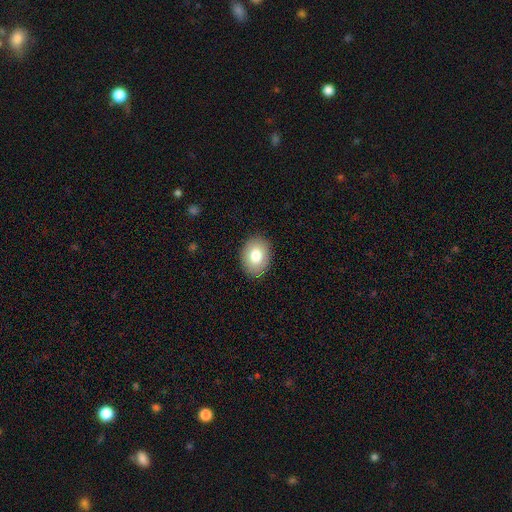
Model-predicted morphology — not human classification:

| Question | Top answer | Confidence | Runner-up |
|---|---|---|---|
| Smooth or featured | smooth | 79% | featured or disk (12%) |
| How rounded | in between | 70% | round (29%) |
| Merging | none | 89% | minor disturbance (8%) |